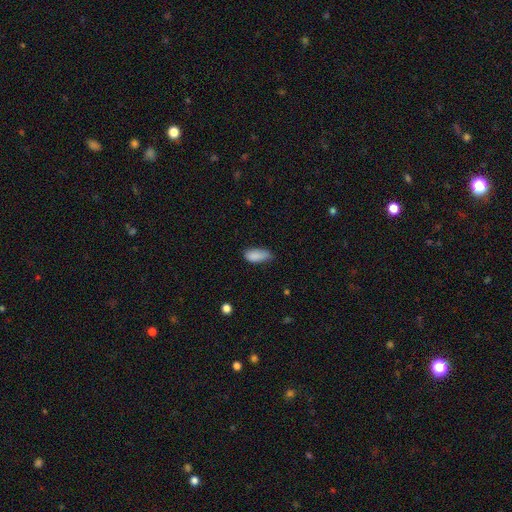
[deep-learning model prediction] This is clearly a smooth galaxy (87%). How rounded: clearly in between (84%). Merging: possibly none (56%).